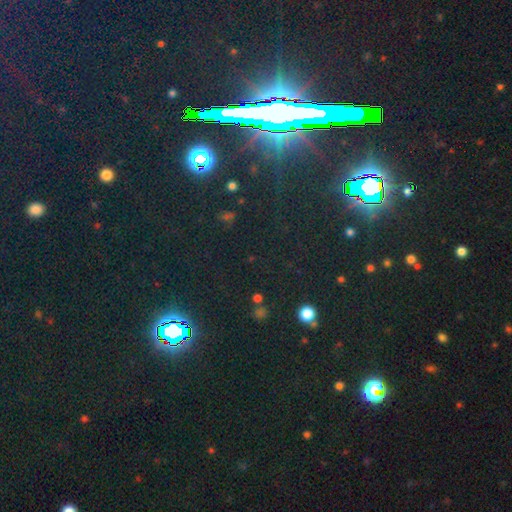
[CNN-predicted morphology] This appears to be a star or artifact, not a galaxy (78%).